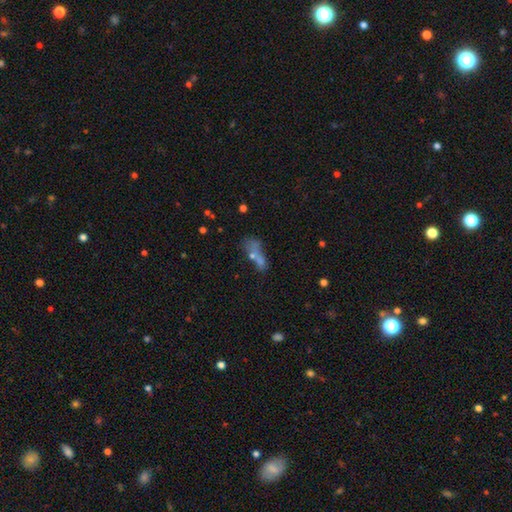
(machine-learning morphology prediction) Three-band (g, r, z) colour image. It shows a smooth galaxy with no disk features (53%) that is in between round and cigar-shaped (54%). Merging: merger (43%).